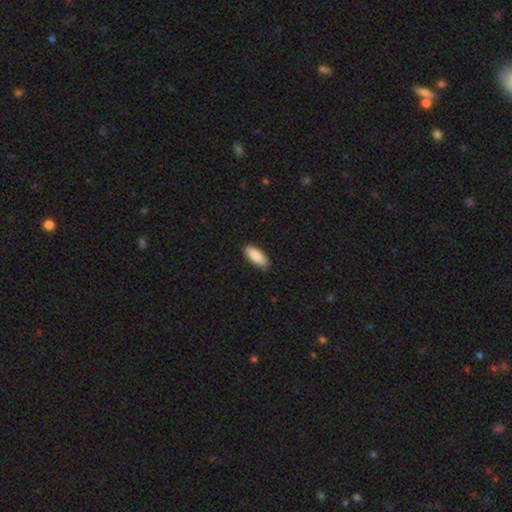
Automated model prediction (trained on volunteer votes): Morphology: type=smooth (87%); roundness=in between (75%); merging=none (88%).